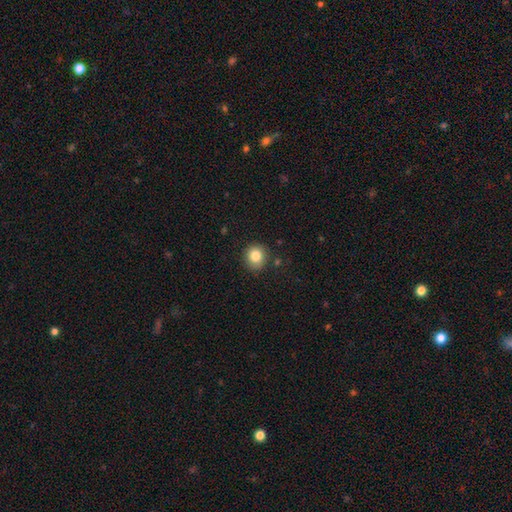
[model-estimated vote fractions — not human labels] Q: Smooth or featured?
A: smooth (83%); runner-up: star or artifact (10%)
Q: How rounded?
A: round (85%); runner-up: in between (14%)
Q: Merging?
A: none (85%); runner-up: minor disturbance (10%)